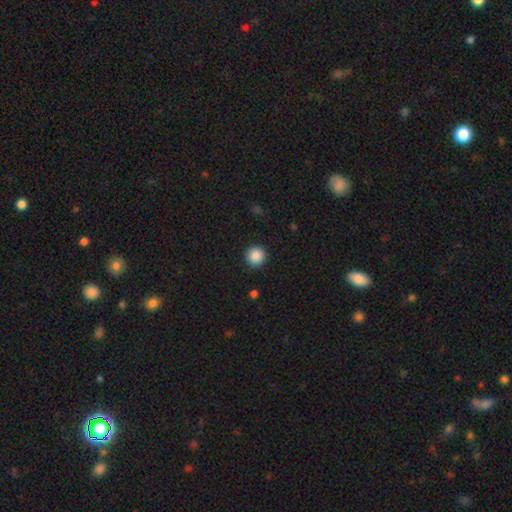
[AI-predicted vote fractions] smooth_or_featured: smooth (p=0.88) [alt: star or artifact p=0.09]
how_rounded: round (p=0.95) [alt: in between p=0.04]
merging: none (p=0.92) [alt: minor disturbance p=0.05]